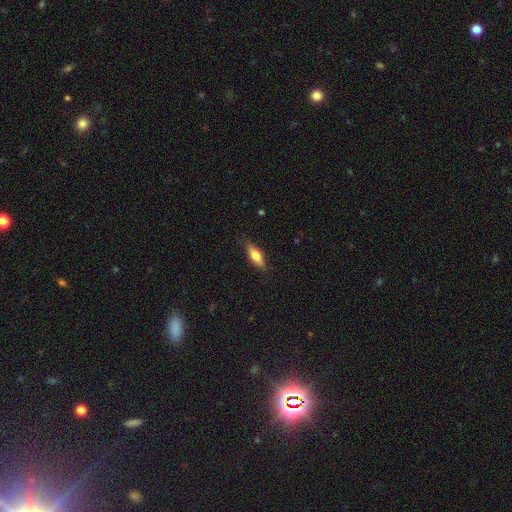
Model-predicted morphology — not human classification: Smooth or featured?
  - smooth: 64% *
  - featured or disk: 29%
  - star or artifact: 6%
How rounded?
  - in between: 60% *
  - cigar-shaped: 37%
  - round: 3%
Merging?
  - none: 82% *
  - minor disturbance: 14%
  - major disturbance: 3%
  - merger: 1%